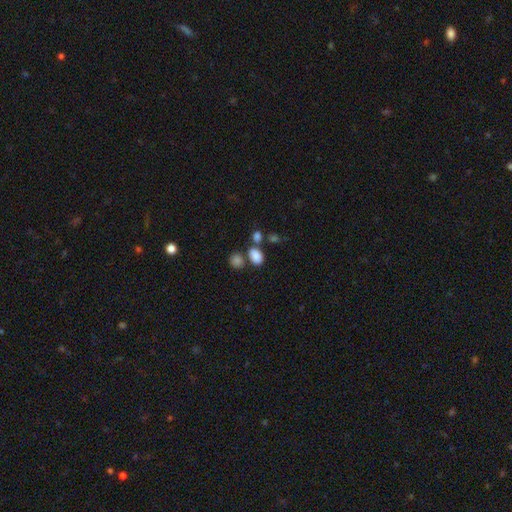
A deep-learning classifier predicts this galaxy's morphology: smooth_or_featured: smooth (p=0.84) [alt: star or artifact p=0.11]
how_rounded: in between (p=0.75) [alt: round p=0.24]
merging: none (p=0.55) [alt: merger p=0.28]